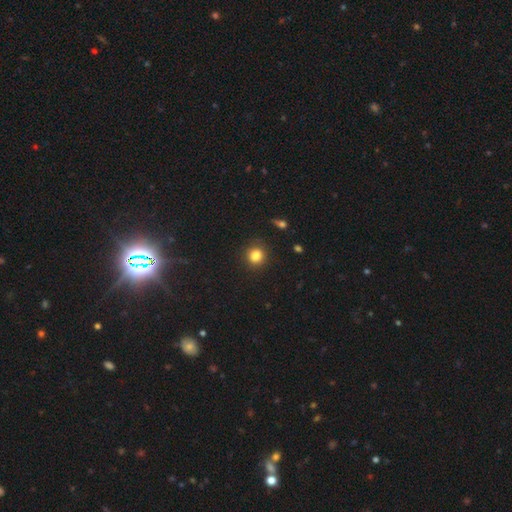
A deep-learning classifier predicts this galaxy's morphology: This is clearly a smooth galaxy (84%). How rounded: clearly round (86%). Merging: clearly none (89%).